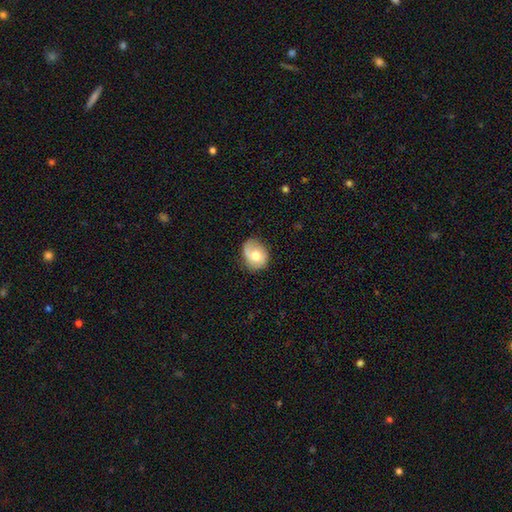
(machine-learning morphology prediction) This appears to be a smooth galaxy with no disk features (60%) that is round (55%). Merging: none (62%).